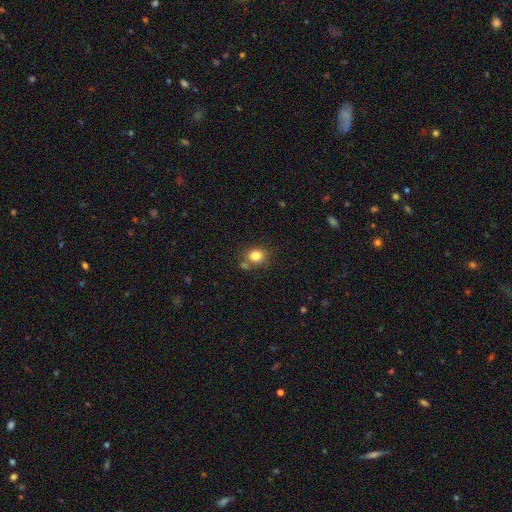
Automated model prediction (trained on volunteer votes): Smooth or featured?
  - smooth: 81% *
  - star or artifact: 11%
  - featured or disk: 8%
How rounded?
  - round: 62% *
  - in between: 37%
  - cigar-shaped: 1%
Merging?
  - none: 67% *
  - minor disturbance: 15%
  - merger: 13%
  - major disturbance: 5%